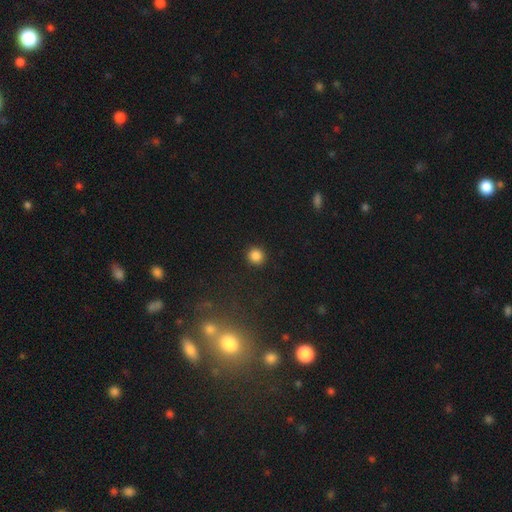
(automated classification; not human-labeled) Smooth or featured?
  - smooth: 85% *
  - star or artifact: 12%
  - featured or disk: 3%
How rounded?
  - round: 92% *
  - in between: 7%
  - cigar-shaped: 1%
Merging?
  - none: 92% *
  - minor disturbance: 5%
  - major disturbance: 2%
  - merger: 1%